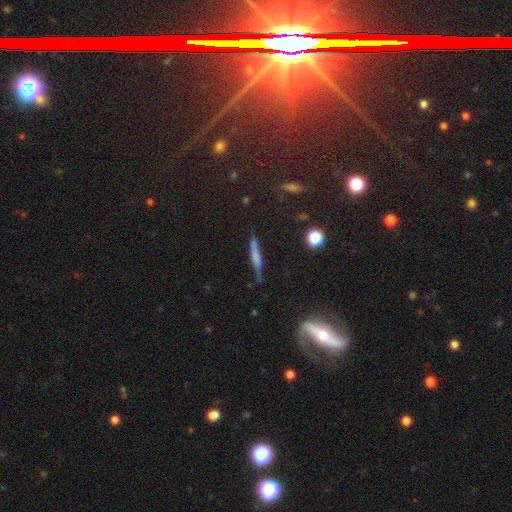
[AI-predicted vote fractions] Smooth or featured? smooth (48%)
Merging? none (77%)